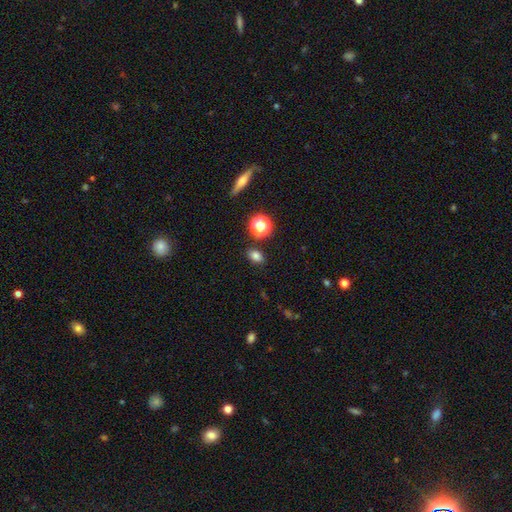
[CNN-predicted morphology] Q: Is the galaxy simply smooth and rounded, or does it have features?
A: smooth — 78%.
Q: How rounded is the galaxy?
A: in between — 71%.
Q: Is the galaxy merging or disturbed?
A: none — 84%.